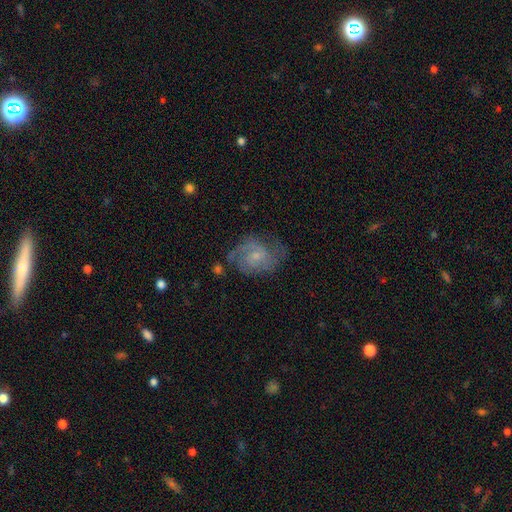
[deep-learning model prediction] Smooth or featured?
  - featured or disk: 72% *
  - smooth: 20%
  - star or artifact: 8%
Edge-on disk?
  - no: 97% *
  - yes: 3%
Bar?
  - no: 60% *
  - weak: 35%
  - strong: 5%
Spiral arms?
  - yes: 90% *
  - no: 10%
Spiral winding?
  - medium: 46% *
  - tight: 36%
  - loose: 19%
Spiral arm count?
  - 2: 51% *
  - can't tell: 24%
  - 3: 12%
  - 1: 6%
  - 4: 3%
  - more than 4: 3%
Bulge size?
  - small: 64% *
  - moderate: 26%
  - none: 7%
  - large: 2%
  - dominant: 1%
Merging?
  - none: 58% *
  - minor disturbance: 23%
  - major disturbance: 15%
  - merger: 3%